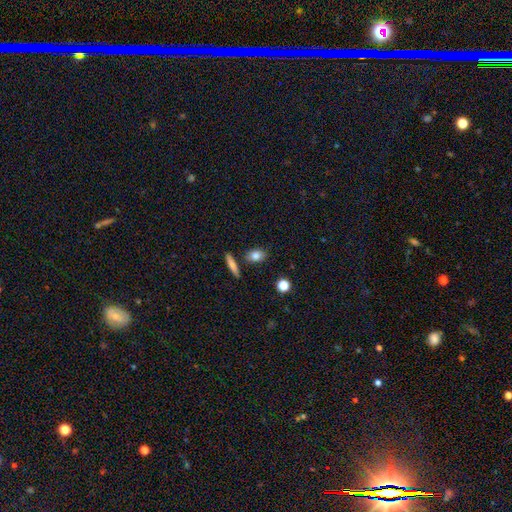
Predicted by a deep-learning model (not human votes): This is clearly a smooth galaxy (82%). How rounded: likely in between (68%). Merging: likely none (80%).